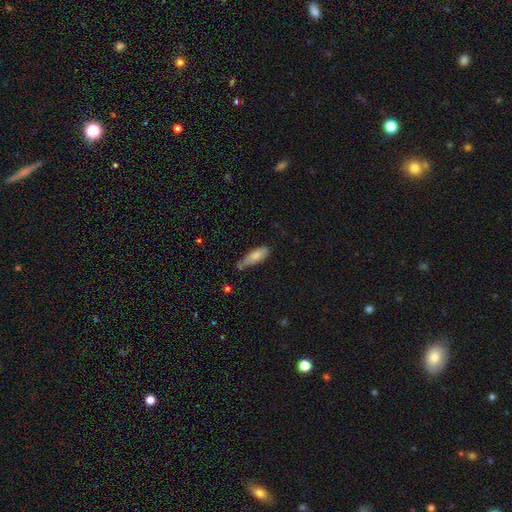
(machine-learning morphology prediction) smooth 79%, featured or disk 14%, star or artifact 7%. Down the decision tree: how rounded — in between (66%); merging — none (54%).